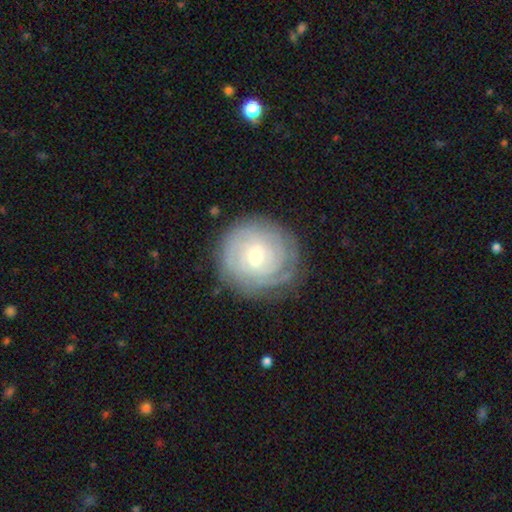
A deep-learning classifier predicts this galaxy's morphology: smooth-or-featured: featured or disk: 76% | smooth: 18% | star or artifact: 6%
  disk-edge-on: no: 97% | yes: 3%
    bar: weak: 50% | no: 41% | strong: 10%
    has-spiral-arms: yes: 92% | no: 8%
      spiral-winding: tight: 82% | medium: 14% | loose: 4%
      spiral-arm-count: can't tell: 47% | 3: 14% | 2: 14% | 4: 13% | more than 4: 6% | 1: 6%
    bulge-size: small: 53% | moderate: 43% | large: 2% | none: 1% | dominant: 1%
  merging: none: 81% | minor disturbance: 13% | major disturbance: 5% | merger: 1%